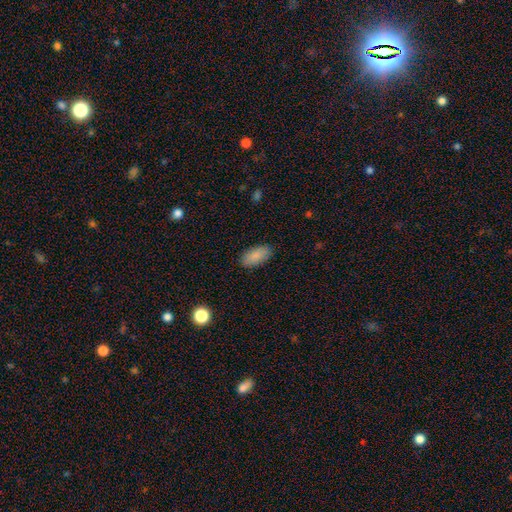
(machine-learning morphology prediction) Smooth or featured?
  - smooth: 88% *
  - star or artifact: 7%
  - featured or disk: 5%
How rounded?
  - in between: 92% *
  - cigar-shaped: 6%
  - round: 2%
Merging?
  - none: 88% *
  - minor disturbance: 9%
  - major disturbance: 2%
  - merger: 1%